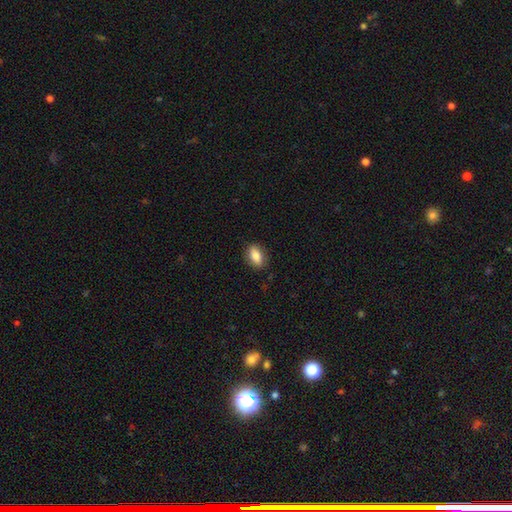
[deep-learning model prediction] Smooth or featured?
  - smooth: 81% *
  - featured or disk: 12%
  - star or artifact: 7%
How rounded?
  - in between: 85% *
  - round: 10%
  - cigar-shaped: 5%
Merging?
  - none: 85% *
  - minor disturbance: 12%
  - major disturbance: 2%
  - merger: 1%